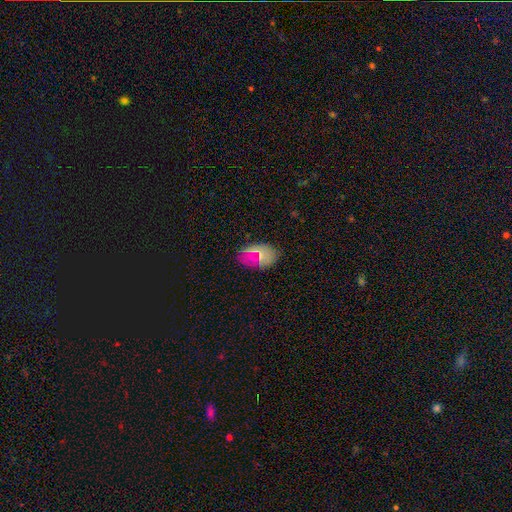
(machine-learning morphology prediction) Smooth or featured?
  - smooth: 56% *
  - featured or disk: 22%
  - star or artifact: 22%
How rounded?
  - in between: 88% *
  - round: 10%
  - cigar-shaped: 2%
Merging?
  - none: 78% *
  - minor disturbance: 16%
  - major disturbance: 4%
  - merger: 2%